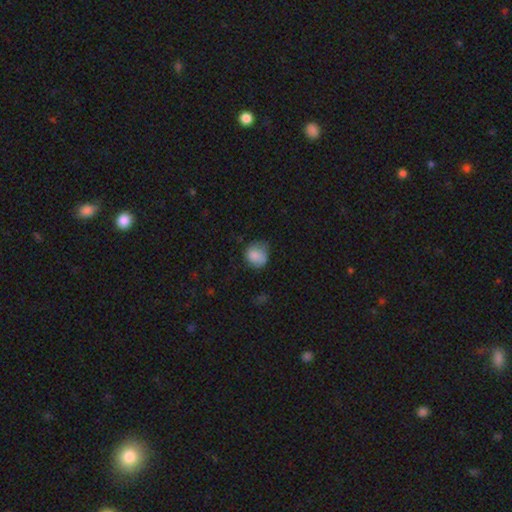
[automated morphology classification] Smooth or featured: smooth — 83% (star or artifact — 8%)
How rounded: round — 76% (in between — 23%)
Merging: none — 56% (minor disturbance — 32%)